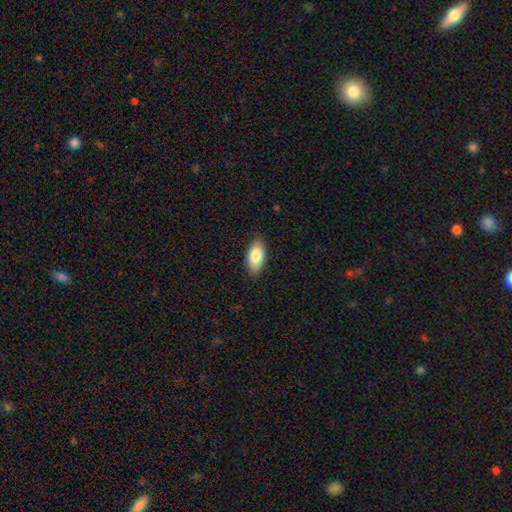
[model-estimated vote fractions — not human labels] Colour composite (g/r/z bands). It shows a smooth galaxy with no disk features (83%) that is in between round and cigar-shaped (90%). Merging: none (85%).